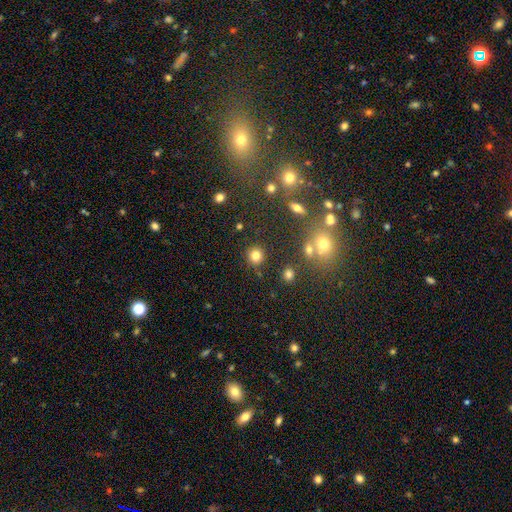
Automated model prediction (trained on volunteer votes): Smooth or featured: smooth — 80% (star or artifact — 14%)
How rounded: round — 91% (in between — 8%)
Merging: none — 84% (minor disturbance — 8%)